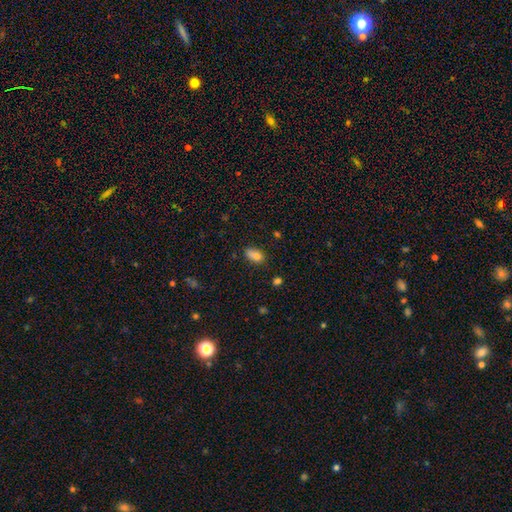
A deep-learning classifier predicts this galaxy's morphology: This appears to be a smooth galaxy with no disk features (79%) that is in between round and cigar-shaped (85%). Merging: none (60%).